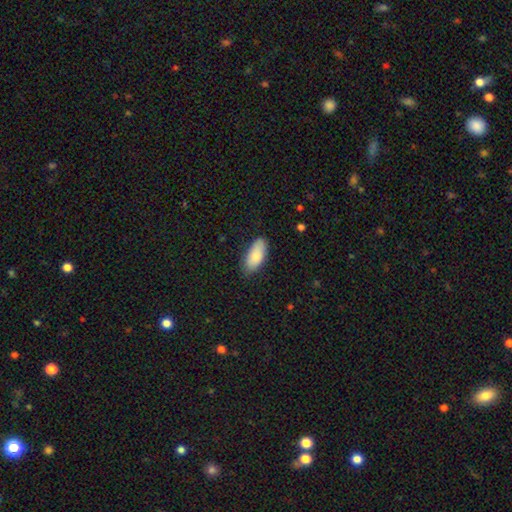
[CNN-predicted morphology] A smooth galaxy with no disk features (84%) that is in between round and cigar-shaped (89%). Merging: none (82%).